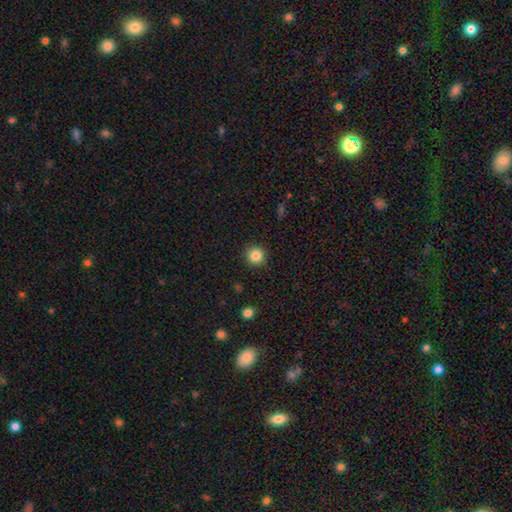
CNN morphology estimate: Smooth or featured?
  - smooth: 84% *
  - star or artifact: 11%
  - featured or disk: 5%
How rounded?
  - round: 94% *
  - in between: 5%
  - cigar-shaped: 1%
Merging?
  - none: 92% *
  - minor disturbance: 5%
  - major disturbance: 2%
  - merger: 1%